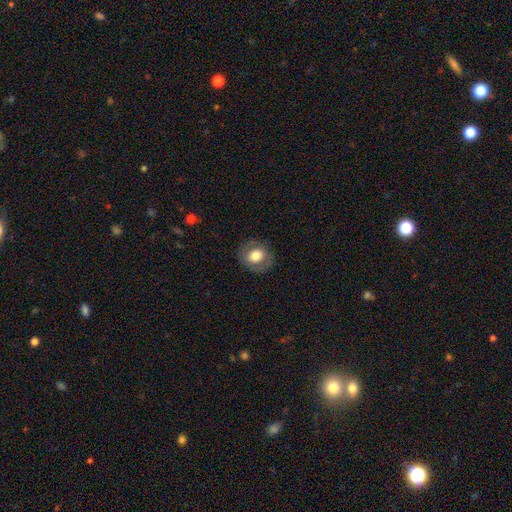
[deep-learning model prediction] Smooth or featured? smooth (67%)
How rounded? round (69%)
Merging? none (83%)